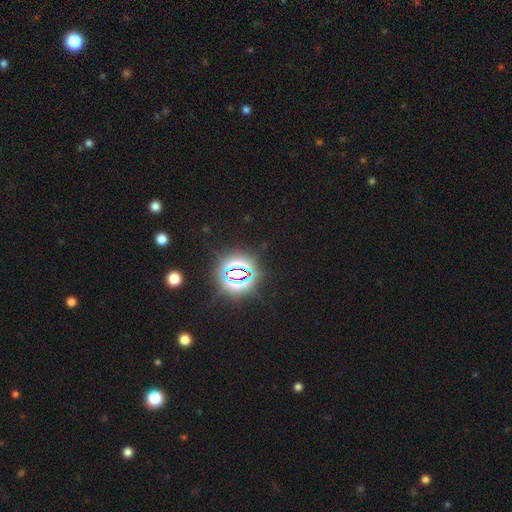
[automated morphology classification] The model was most divided on "smooth or featured": star or artifact: 80%, smooth: 13%, featured or disk: 7%.